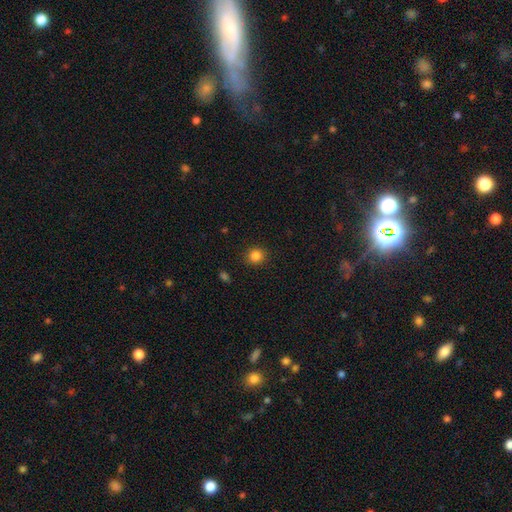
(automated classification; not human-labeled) smooth_or_featured: smooth (p=0.84) [alt: star or artifact p=0.12]
how_rounded: round (p=0.88) [alt: in between p=0.11]
merging: none (p=0.90) [alt: minor disturbance p=0.07]